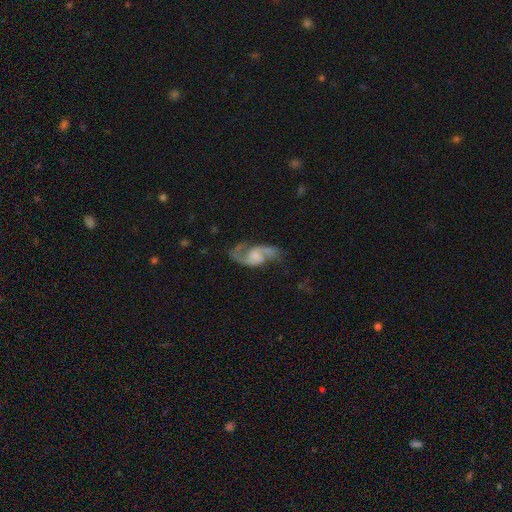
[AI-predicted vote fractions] This appears to be a featured or disk galaxy (85%) with no bar (49%), 2 (90%) medium (49%) spiral arms (96%) and no central bulge (31%). Merging: none (64%).